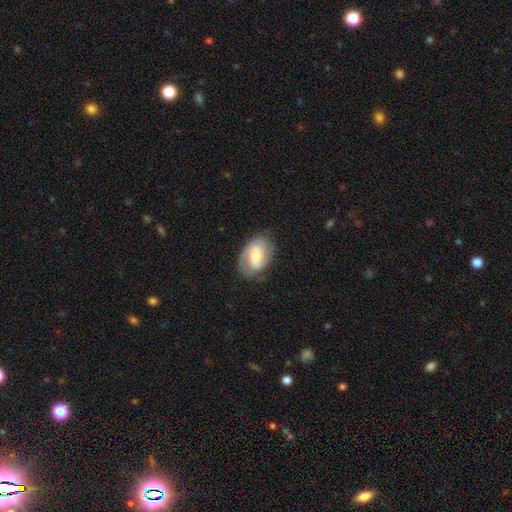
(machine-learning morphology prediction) featured or disk 63%, smooth 31%, star or artifact 6%. Down the decision tree: edge-on disk — no (96%); bar — weak (43%); spiral arms — yes (86%); spiral arm count — 2 (71%); spiral winding — medium (44%); bulge size — moderate (50%); merging — none (71%).